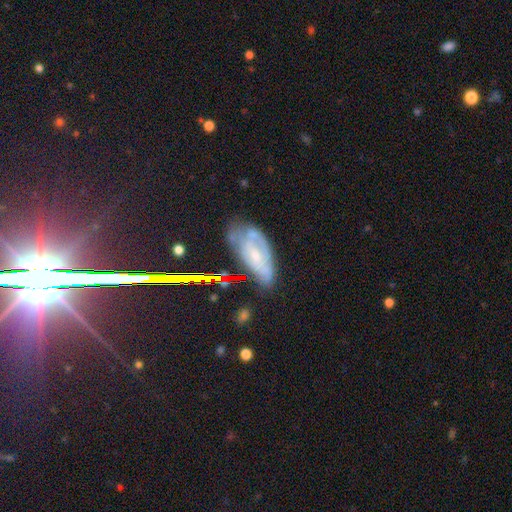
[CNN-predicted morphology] Smooth or featured? Predicted: featured or disk (p=0.59). Edge-on disk? Predicted: no (p=0.90). Bar? Predicted: no (p=0.59). Spiral arms? Predicted: yes (p=0.64). Bulge size? Predicted: small (p=0.65). Merging? Predicted: none (p=0.46).